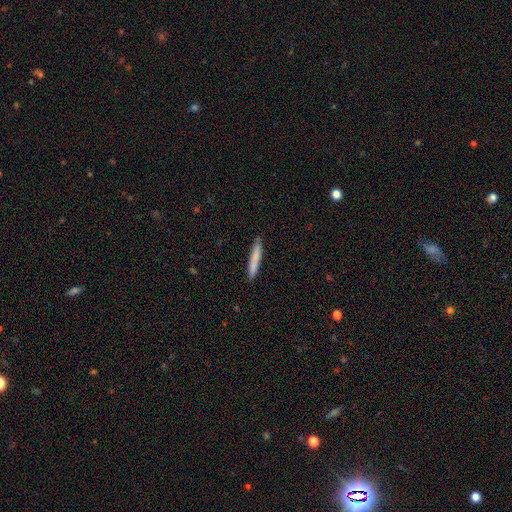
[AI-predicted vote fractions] A smooth galaxy with no disk features (71%) that is cigar-shaped (96%). Merging: none (90%).